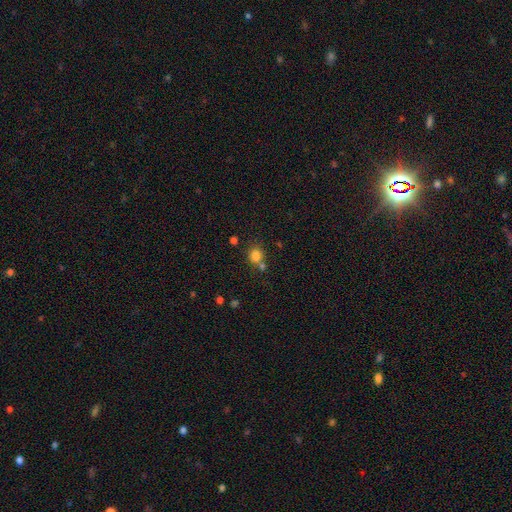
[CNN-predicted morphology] Q: Smooth or featured?
A: smooth (81%); runner-up: star or artifact (13%)
Q: How rounded?
A: round (80%); runner-up: in between (19%)
Q: Merging?
A: none (61%); runner-up: merger (24%)